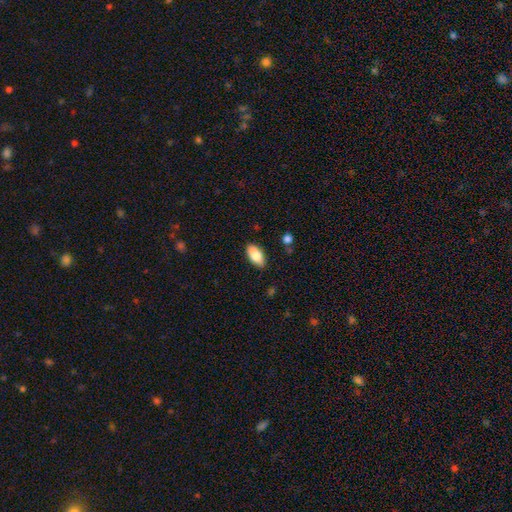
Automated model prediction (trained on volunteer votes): smooth-or-featured: smooth: 81% | featured or disk: 12% | star or artifact: 7%
  how-rounded: in between: 89% | cigar-shaped: 9% | round: 3%
  merging: none: 81% | minor disturbance: 13% | merger: 4% | major disturbance: 2%